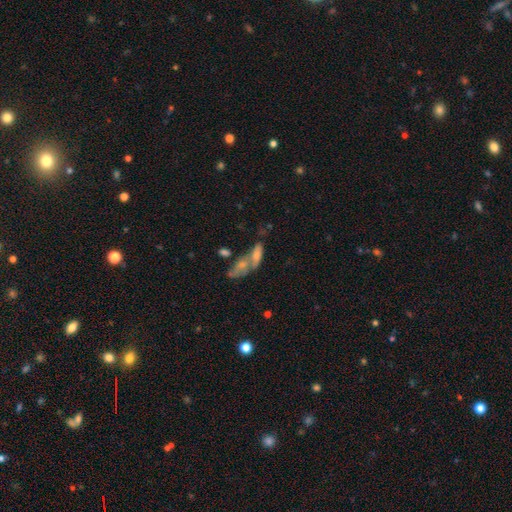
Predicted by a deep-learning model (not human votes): A smooth galaxy with no disk features (62%) that is in between round and cigar-shaped (66%). Merging: merger (58%).